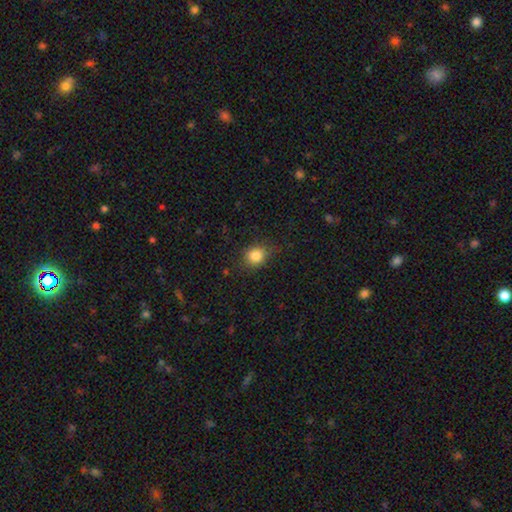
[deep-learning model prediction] Overall: smooth (83%). How rounded: round (76%). Merging: none (78%).